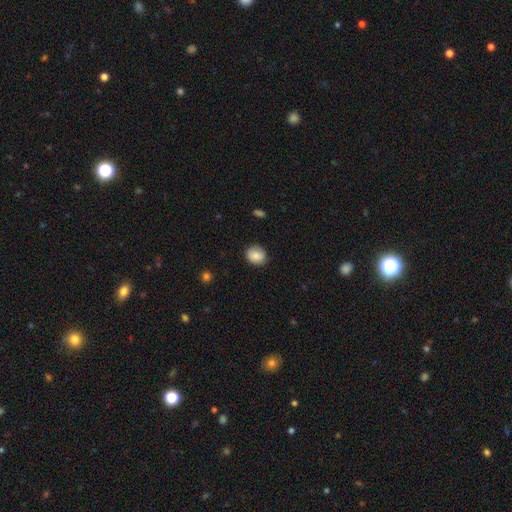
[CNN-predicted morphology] smooth 85%, star or artifact 8%, featured or disk 7%. Down the decision tree: how rounded — round (68%); merging — none (83%).